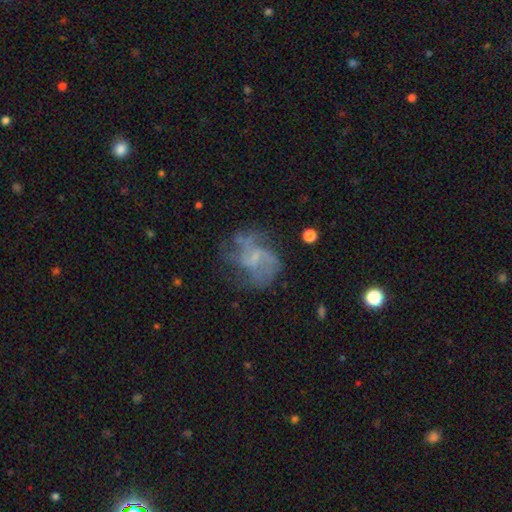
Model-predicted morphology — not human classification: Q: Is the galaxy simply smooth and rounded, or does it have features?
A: featured or disk — 70%.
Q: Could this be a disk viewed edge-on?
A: no — 98%.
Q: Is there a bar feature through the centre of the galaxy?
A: no — 53%.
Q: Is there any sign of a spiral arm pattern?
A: yes — 79%.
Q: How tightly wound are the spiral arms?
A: loose — 41%, tied with medium.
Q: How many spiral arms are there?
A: can't tell — 31%.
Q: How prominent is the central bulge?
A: small — 49%.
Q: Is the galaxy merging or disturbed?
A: none — 54%.